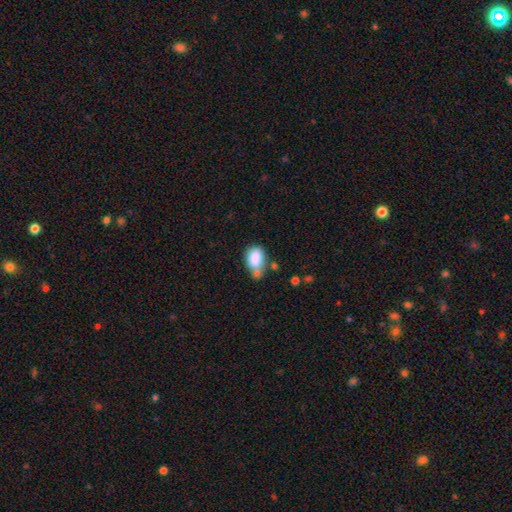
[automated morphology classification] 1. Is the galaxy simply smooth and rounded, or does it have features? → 83% smooth, 9% star or artifact, 8% featured or disk.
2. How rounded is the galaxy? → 84% in between, 15% round, 2% cigar-shaped.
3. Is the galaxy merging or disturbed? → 38% none, 28% merger, 25% minor disturbance, 10% major disturbance.